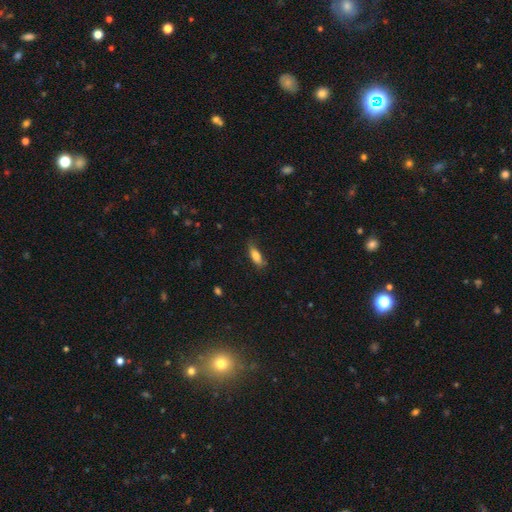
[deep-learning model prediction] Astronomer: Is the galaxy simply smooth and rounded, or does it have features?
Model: smooth — 81%.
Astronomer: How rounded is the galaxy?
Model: in between — 66%.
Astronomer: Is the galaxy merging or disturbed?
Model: none — 69%.